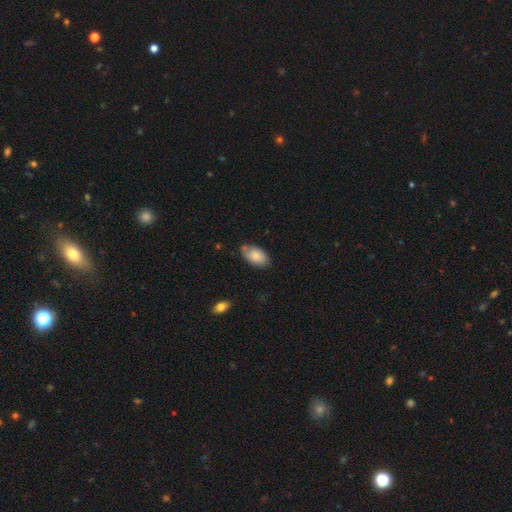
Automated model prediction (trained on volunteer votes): Smooth or featured? Predicted: smooth (p=0.79). How rounded? Predicted: in between (p=0.94). Merging? Predicted: none (p=0.69).